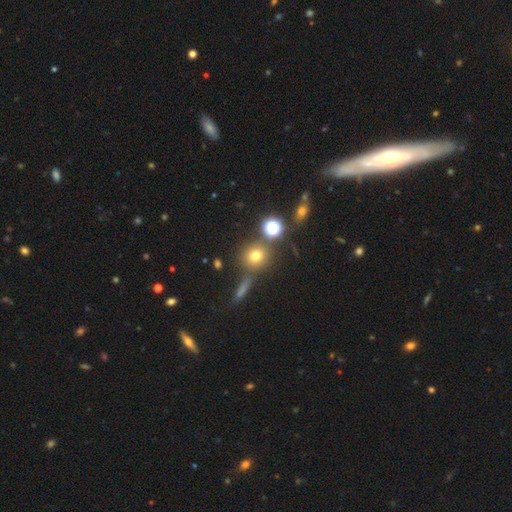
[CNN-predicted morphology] Smooth or featured? smooth (69%)
How rounded? round (86%)
Merging? none (74%)